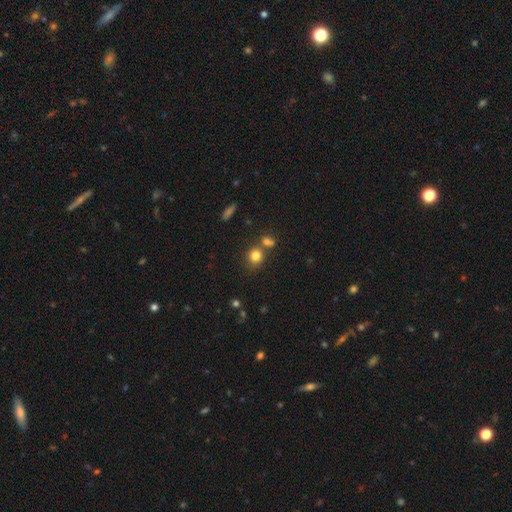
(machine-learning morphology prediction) smooth_or_featured: smooth (p=0.81) [alt: star or artifact p=0.12]
how_rounded: round (p=0.77) [alt: in between p=0.21]
merging: none (p=0.61) [alt: merger p=0.23]